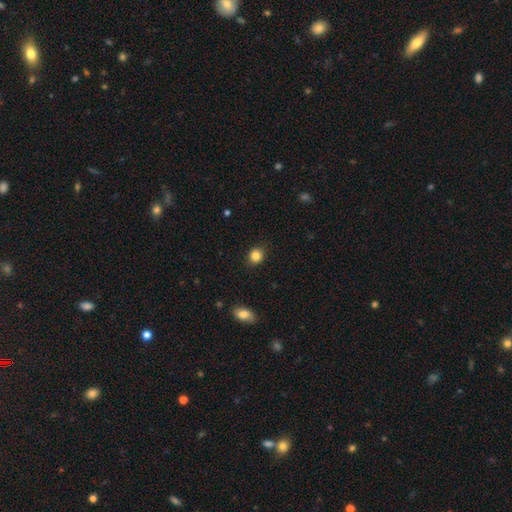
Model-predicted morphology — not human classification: Smooth or featured? smooth (85%)
How rounded? round (81%)
Merging? none (88%)